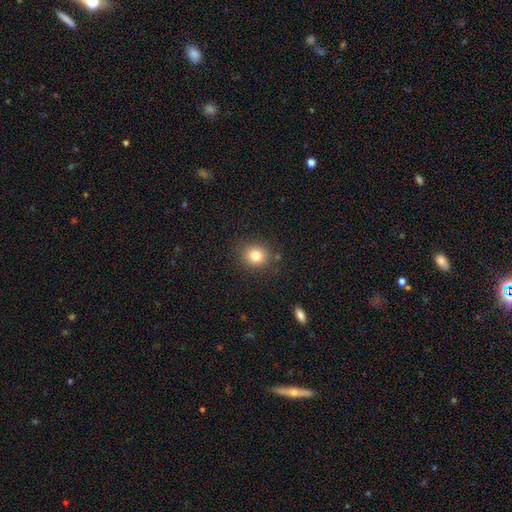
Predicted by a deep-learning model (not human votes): Morphology: type=smooth (80%); roundness=round (85%); merging=none (86%).